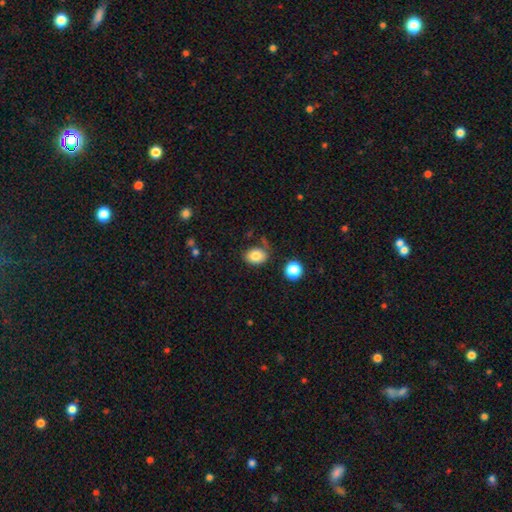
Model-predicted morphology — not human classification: Smooth or featured? Predicted: smooth (p=0.82). How rounded? Predicted: in between (p=0.69). Merging? Predicted: none (p=0.72).